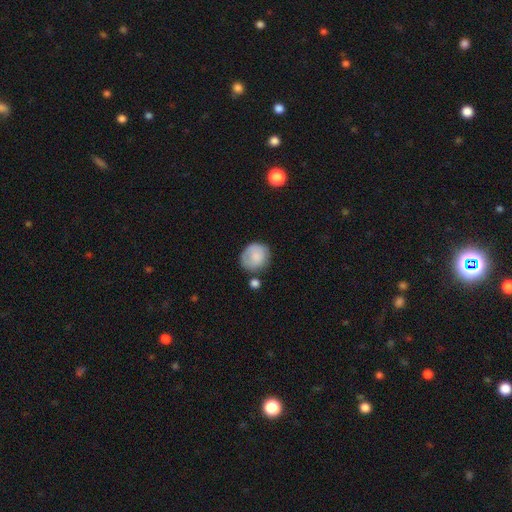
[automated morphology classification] Q: Smooth or featured?
A: smooth (79%); runner-up: featured or disk (13%)
Q: How rounded?
A: round (79%); runner-up: in between (20%)
Q: Merging?
A: none (59%); runner-up: minor disturbance (24%)